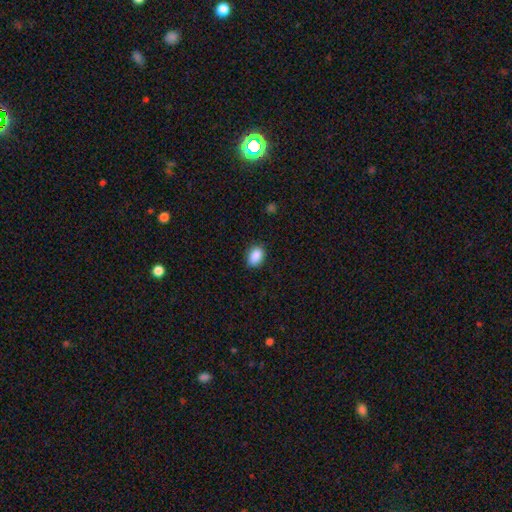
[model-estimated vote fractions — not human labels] Q: Smooth or featured?
A: smooth (89%); runner-up: star or artifact (8%)
Q: How rounded?
A: in between (83%); runner-up: round (15%)
Q: Merging?
A: none (84%); runner-up: minor disturbance (13%)